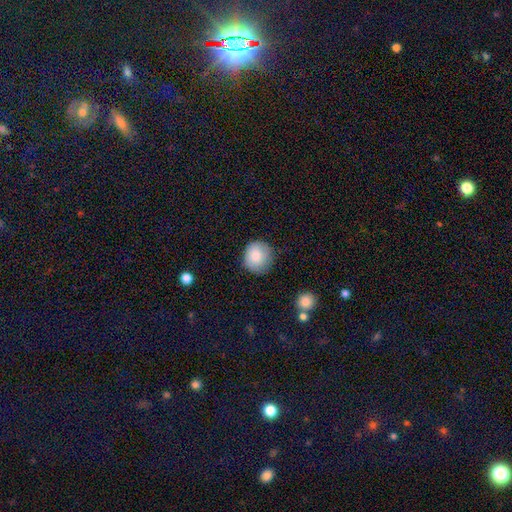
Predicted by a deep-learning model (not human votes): smooth-or-featured: smooth: 81% | featured or disk: 13% | star or artifact: 7%
  how-rounded: round: 85% | in between: 14% | cigar-shaped: 1%
  merging: none: 77% | minor disturbance: 17% | major disturbance: 4% | merger: 1%